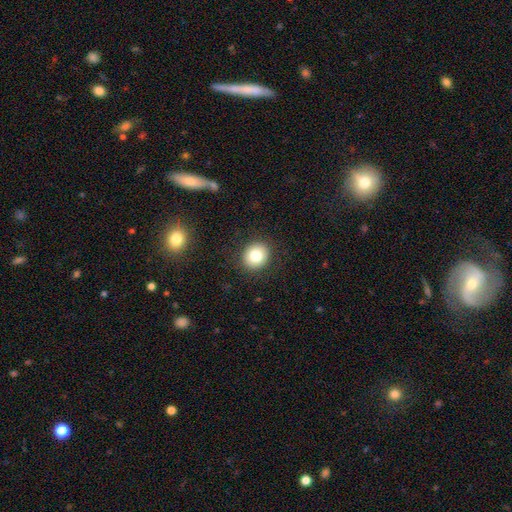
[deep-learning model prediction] A smooth galaxy with no disk features (81%) that is round (77%). Merging: none (90%).